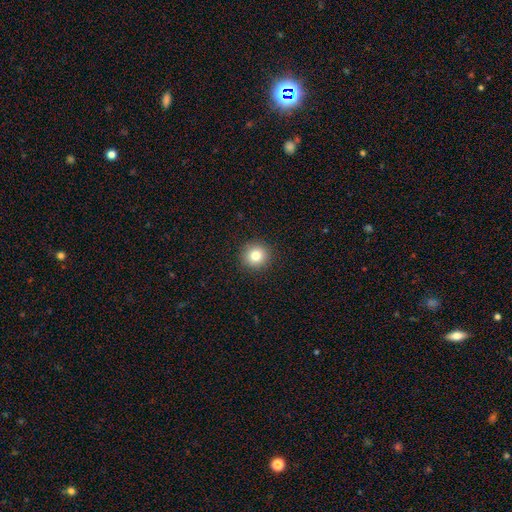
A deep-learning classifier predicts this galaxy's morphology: Smooth or featured: smooth — 81% (star or artifact — 11%)
How rounded: round — 93% (in between — 6%)
Merging: none — 92% (minor disturbance — 5%)